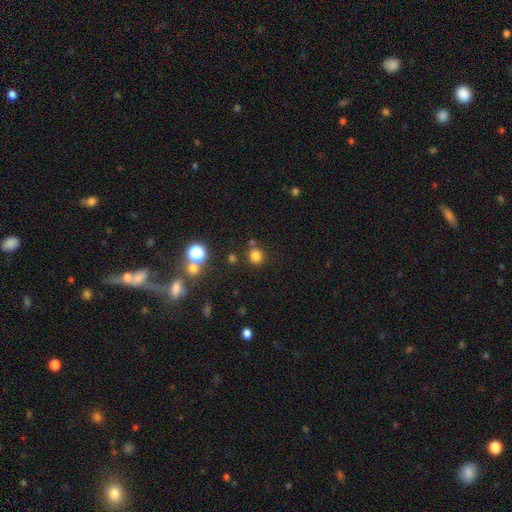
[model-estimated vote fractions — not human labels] Smooth or featured? smooth (77%)
How rounded? round (89%)
Merging? none (77%)